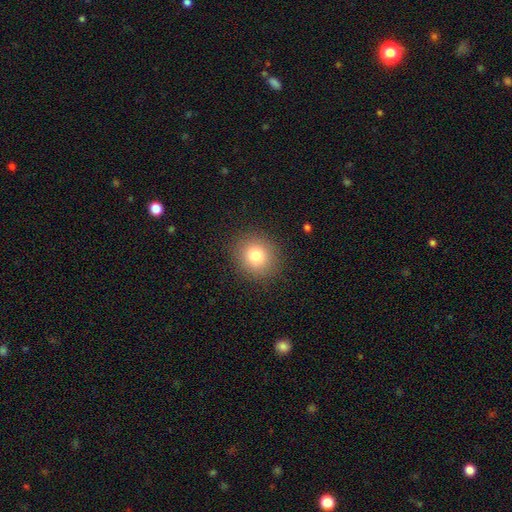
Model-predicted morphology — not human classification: smooth_or_featured: smooth (p=0.80) [alt: star or artifact p=0.11]
how_rounded: round (p=0.82) [alt: in between p=0.17]
merging: none (p=0.89) [alt: minor disturbance p=0.07]